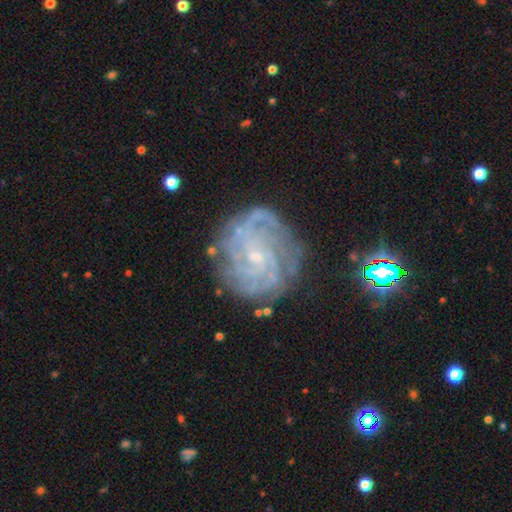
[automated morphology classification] Overall: featured or disk (84%). Edge-on disk: no (98%). Bar: no (62%; weak 31%). Spiral arms: yes (96%). Spiral arm count: can't tell (30%; 4 24%). Spiral winding: tight (72%). Bulge size: small (81%). Merging: none (77%).